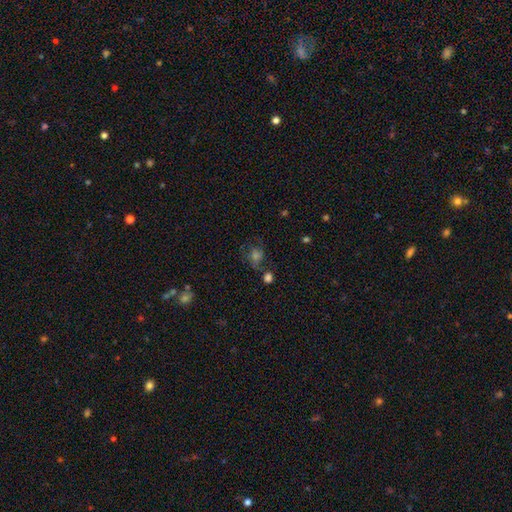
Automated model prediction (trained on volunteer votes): Overall: smooth (39%; featured or disk 31%). Merging: none (59%).